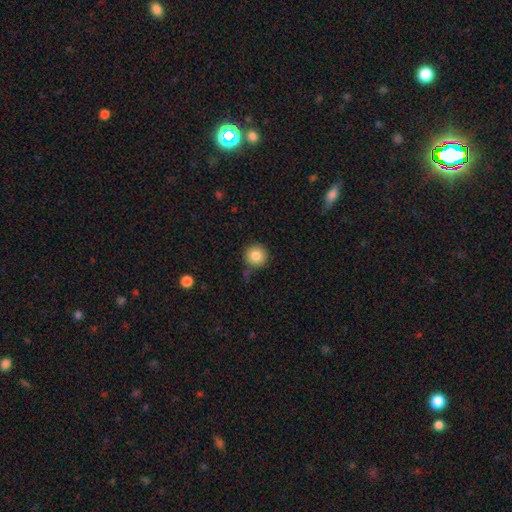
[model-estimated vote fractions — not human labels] The model was most divided on "merging": none: 83%, minor disturbance: 10%, merger: 4%, major disturbance: 3%. More confident: how rounded — round (95%); smooth or featured — smooth (84%).